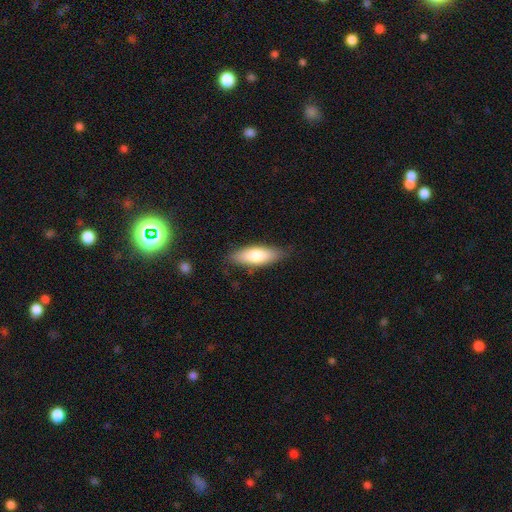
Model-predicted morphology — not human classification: A smooth galaxy with no disk features (77%) that is in between round and cigar-shaped (66%). Merging: none (81%).